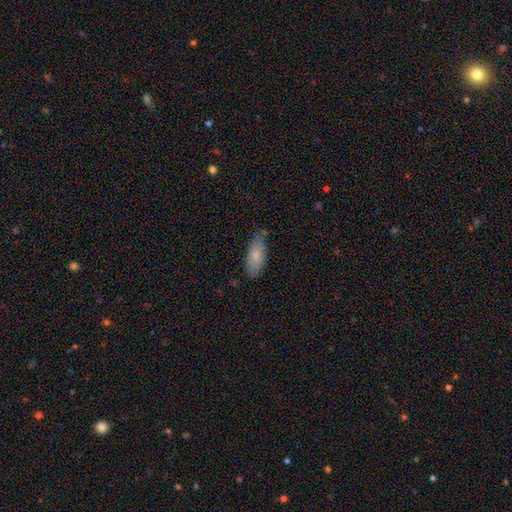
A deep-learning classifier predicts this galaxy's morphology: The model was most divided on "merging": none: 71%, minor disturbance: 21%, merger: 4%, major disturbance: 4%. More confident: how rounded — in between (82%); smooth or featured — smooth (78%).